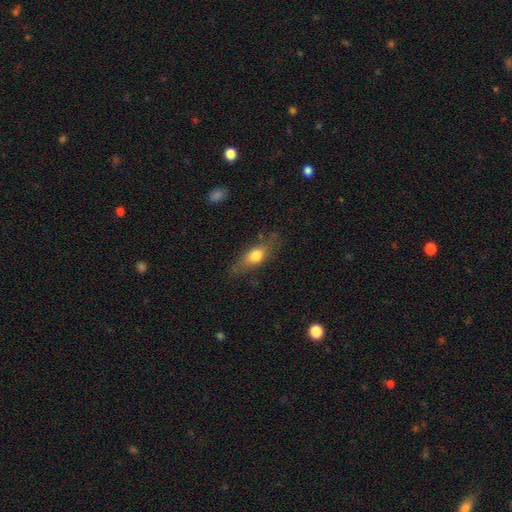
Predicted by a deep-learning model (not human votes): Smooth or featured? smooth (64%)
How rounded? in between (59%)
Merging? none (69%)